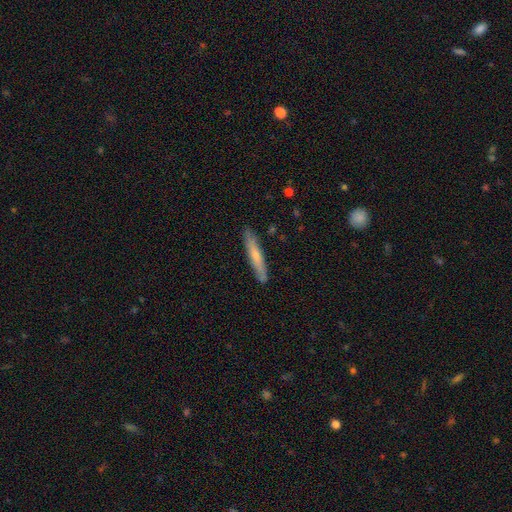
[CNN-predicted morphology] type=smooth (56%); roundness=cigar-shaped (93%); merging=none (87%).